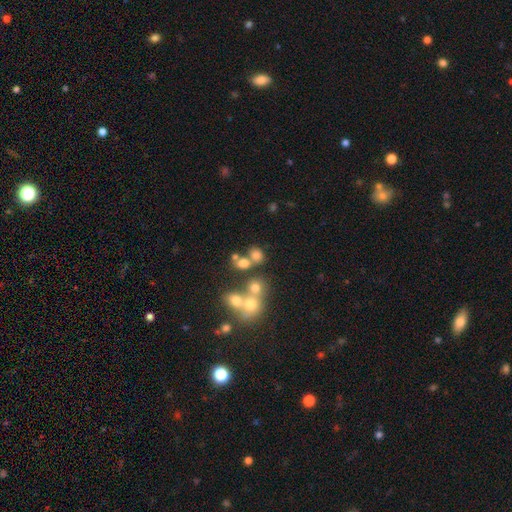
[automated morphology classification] Smooth or featured? smooth (68%)
How rounded? round (65%)
Merging? none (50%)